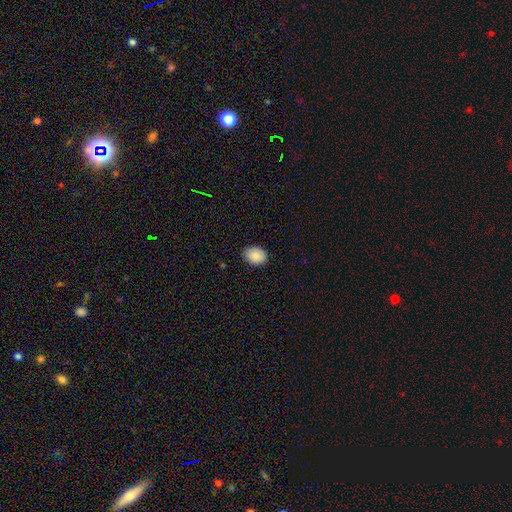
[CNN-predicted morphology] Smooth or featured: smooth — 89% (star or artifact — 7%)
How rounded: in between — 70% (round — 30%)
Merging: none — 86% (minor disturbance — 11%)